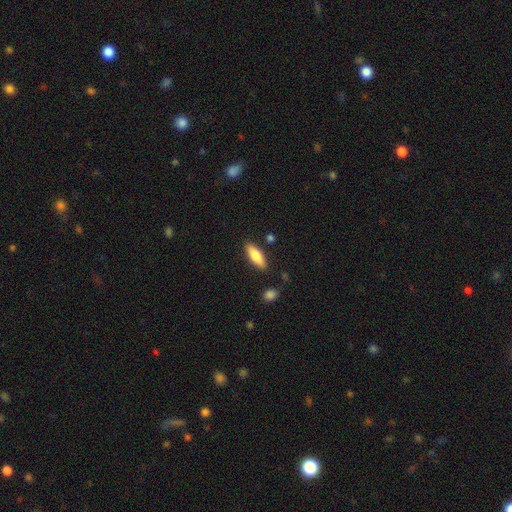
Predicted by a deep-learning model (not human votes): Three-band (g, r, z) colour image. It shows a smooth galaxy with no disk features (75%) that is in between round and cigar-shaped (59%). Merging: none (84%).